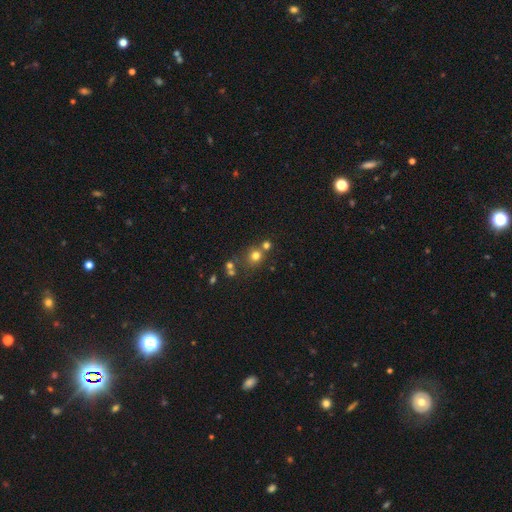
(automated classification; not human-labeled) Q: Smooth or featured?
A: smooth (71%); runner-up: star or artifact (19%)
Q: How rounded?
A: round (83%); runner-up: in between (16%)
Q: Merging?
A: none (60%); runner-up: merger (25%)